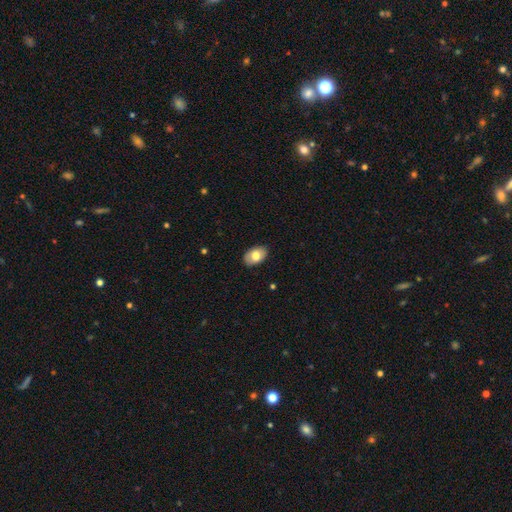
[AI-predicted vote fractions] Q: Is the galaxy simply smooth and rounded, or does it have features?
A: smooth — 75%.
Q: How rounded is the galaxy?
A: in between — 91%.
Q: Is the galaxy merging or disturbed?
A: none — 86%.